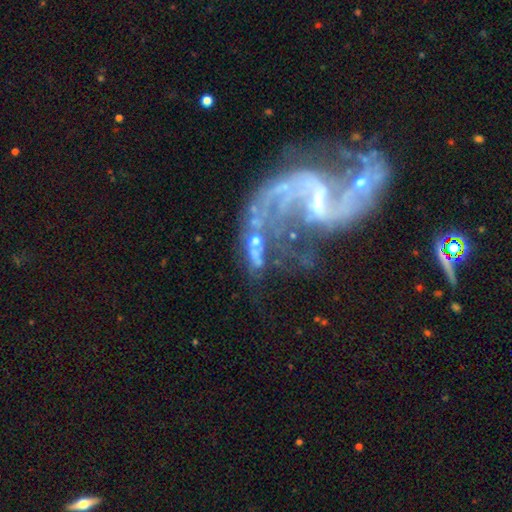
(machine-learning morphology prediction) Overall: featured or disk (57%; smooth 23%). Edge-on disk: no (92%). Bar: no (77%). Spiral arms: no (64%; yes 36%). Bulge size: none (35%; moderate 28%). Merging: merger (35%; major disturbance 27%).